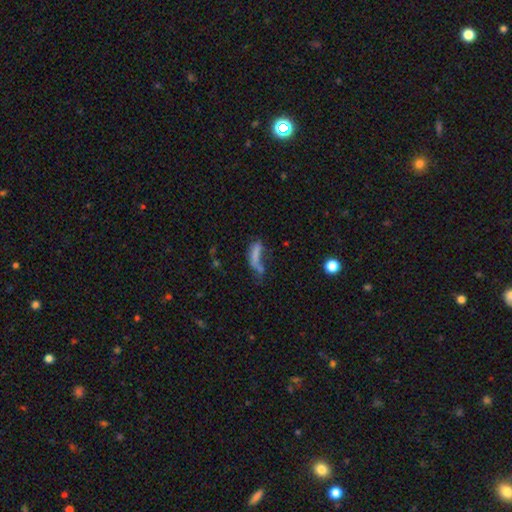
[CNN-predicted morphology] Overall: smooth (58%; featured or disk 27%). How rounded: in between (52%; cigar-shaped 44%). Merging: major disturbance (36%; merger 24%).